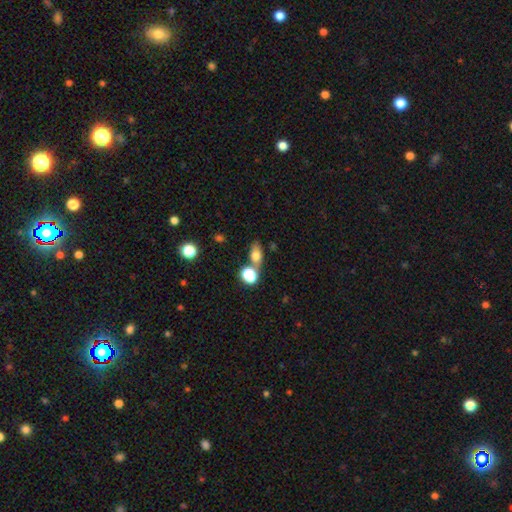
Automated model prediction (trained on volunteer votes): Overall: smooth (71%). How rounded: in between (70%). Merging: none (56%; merger 28%).